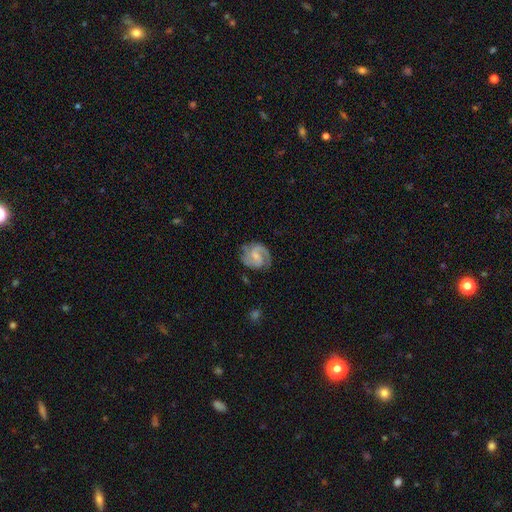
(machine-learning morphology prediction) This is clearly a featured or disk galaxy (84%). It is clearly not viewed edge-on (98%). Bar: possibly weak (50%). Spiral arm pattern: clearly yes (97%). Spiral arm count: likely 2 (77%). Spiral winding: possibly medium (51%). Central bulge: possibly small (55%). Merging: likely none (73%).